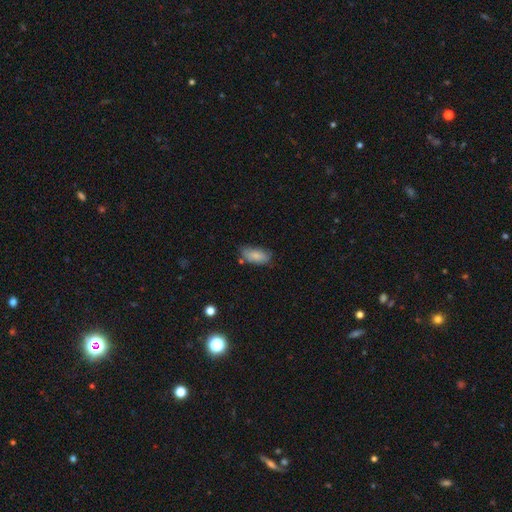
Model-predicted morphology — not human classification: Smooth or featured: smooth — 83% (featured or disk — 10%)
How rounded: in between — 89% (cigar-shaped — 8%)
Merging: none — 65% (minor disturbance — 26%)